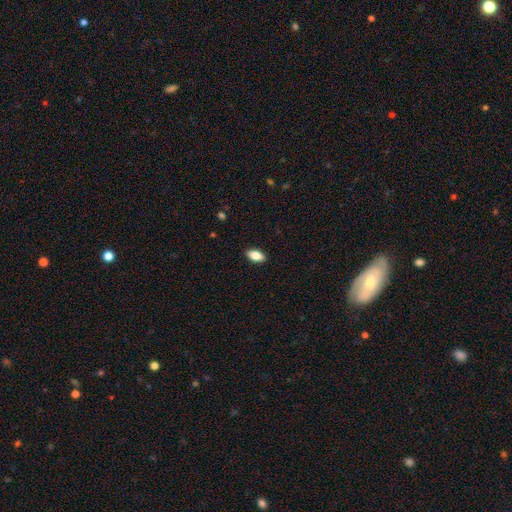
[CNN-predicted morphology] smooth 84%, featured or disk 8%, star or artifact 7%. Down the decision tree: how rounded — in between (90%); merging — none (90%).